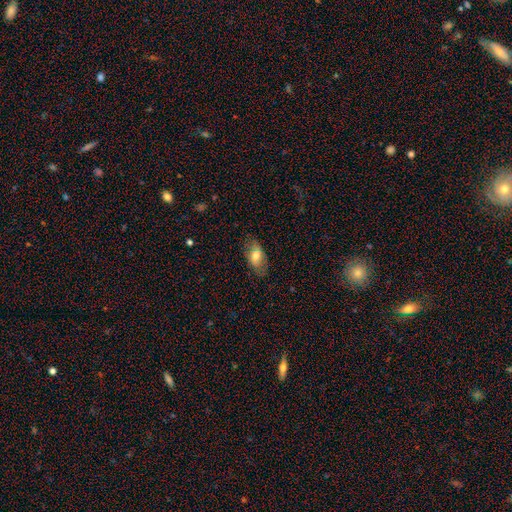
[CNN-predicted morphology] This appears to be a smooth galaxy with no disk features (66%) that is in between round and cigar-shaped (91%). Merging: none (79%).